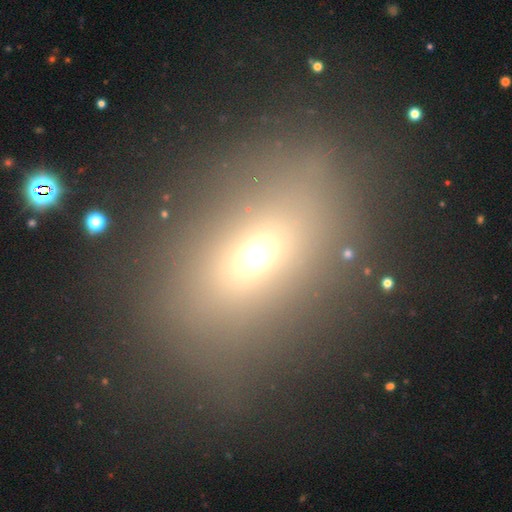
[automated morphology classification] Smooth or featured? smooth (61%)
How rounded? in between (70%)
Merging? none (71%)